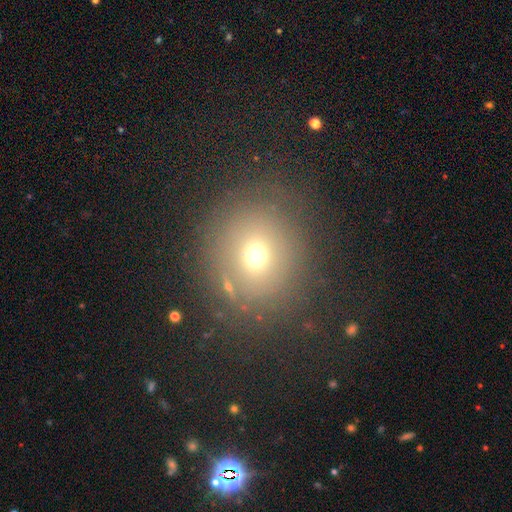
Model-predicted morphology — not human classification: smooth 65%, star or artifact 22%, featured or disk 13%. Down the decision tree: how rounded — round (84%); merging — none (80%).